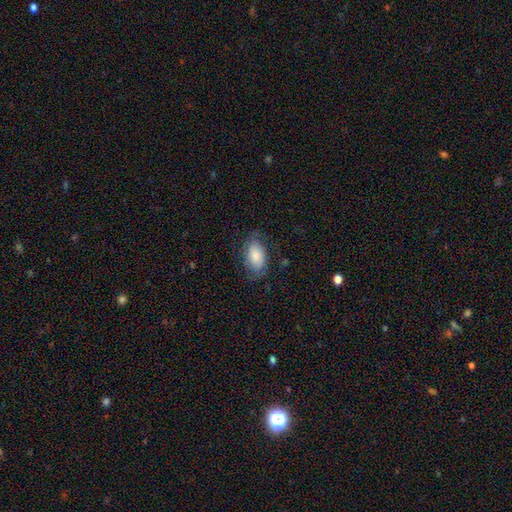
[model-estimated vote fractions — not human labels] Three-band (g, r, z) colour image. It shows a smooth galaxy with no disk features (76%) that is in between round and cigar-shaped (93%). Merging: none (68%).